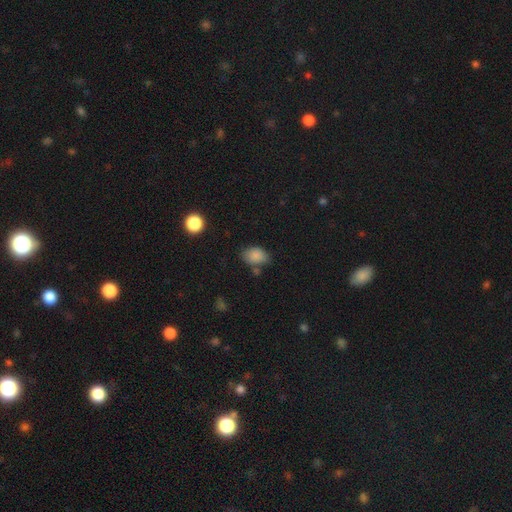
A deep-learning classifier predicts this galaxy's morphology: A smooth galaxy with no disk features (85%) that is in between round and cigar-shaped (81%).

Vote fractions:
- Smooth or featured? smooth: 85% / star or artifact: 10% / featured or disk: 6%
- How rounded? in between: 81% / round: 18% / cigar-shaped: 1%
- Merging? none: 65% / minor disturbance: 22% / merger: 8% / major disturbance: 5%